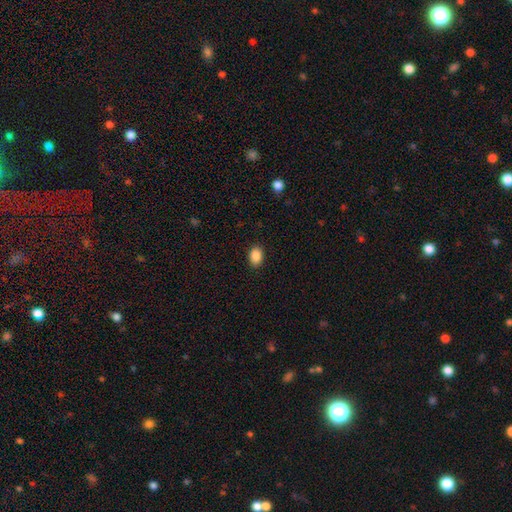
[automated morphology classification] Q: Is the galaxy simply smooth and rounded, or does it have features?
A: smooth — 89%.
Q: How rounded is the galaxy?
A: in between — 78%.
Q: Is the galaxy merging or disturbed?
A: none — 89%.